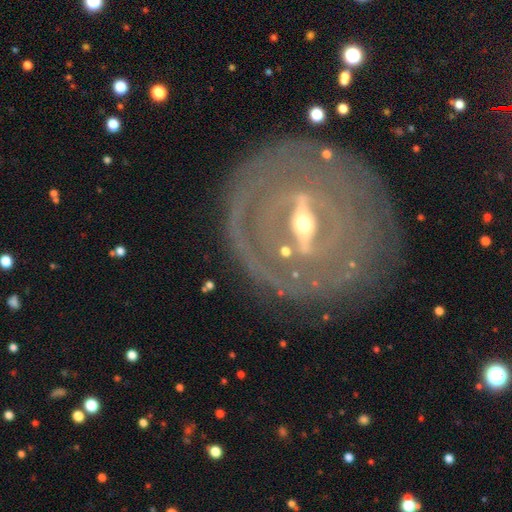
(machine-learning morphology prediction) type=featured or disk (84%); edge-on=no (82%); bar=strong (63%); spiral arms=yes (54%); bulge=small (47%, tied with moderate); merging=none (79%).